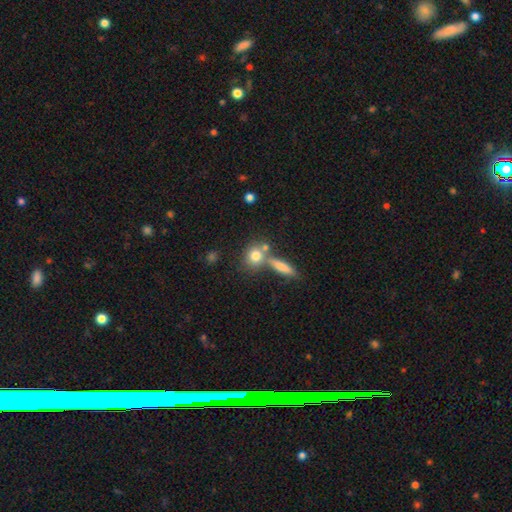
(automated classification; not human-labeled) Q: Smooth or featured?
A: smooth (78%); runner-up: featured or disk (12%)
Q: How rounded?
A: round (68%); runner-up: in between (26%)
Q: Merging?
A: none (54%); runner-up: merger (30%)